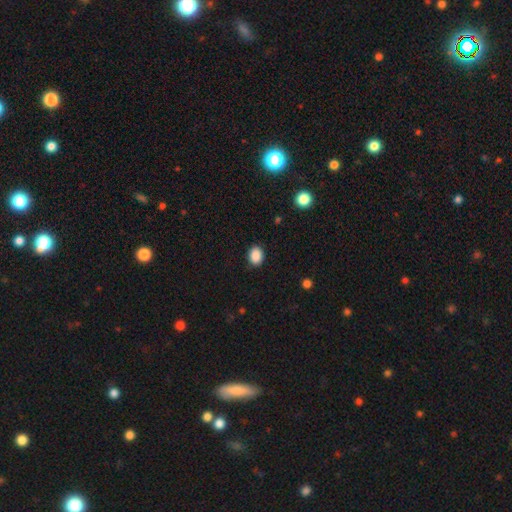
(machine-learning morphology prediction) Q: Smooth or featured?
A: smooth (89%); runner-up: star or artifact (9%)
Q: How rounded?
A: in between (60%); runner-up: round (39%)
Q: Merging?
A: none (89%); runner-up: minor disturbance (8%)